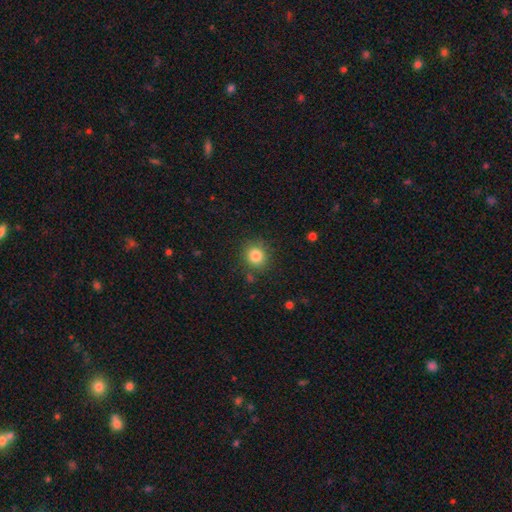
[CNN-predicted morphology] type=smooth (83%); roundness=round (85%); merging=none (84%).